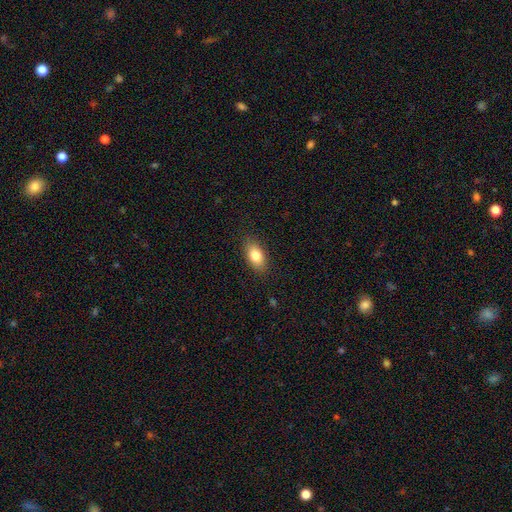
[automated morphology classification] type=smooth (82%); roundness=in between (89%); merging=none (86%).